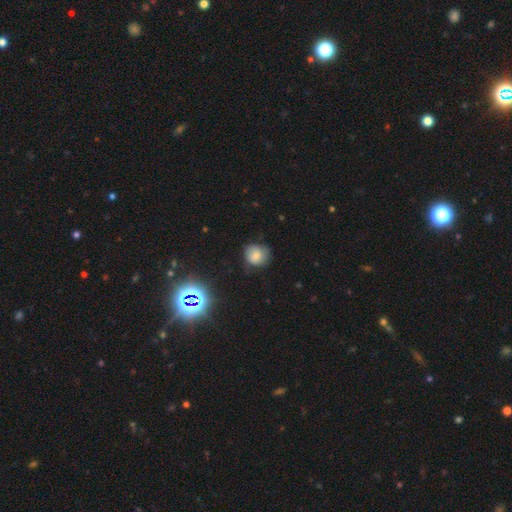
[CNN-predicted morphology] Smooth or featured? Predicted: smooth (p=0.70). How rounded? Predicted: round (p=0.83). Merging? Predicted: none (p=0.71).